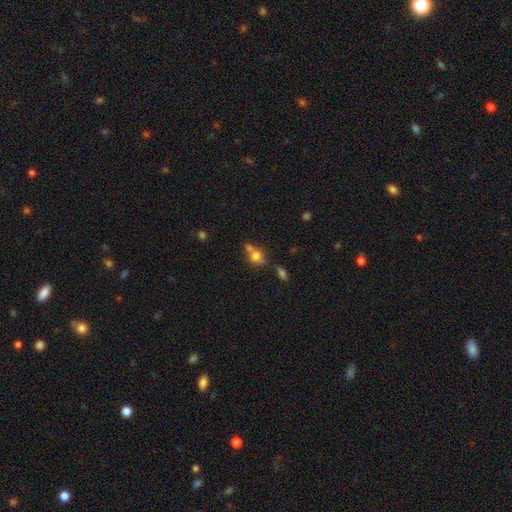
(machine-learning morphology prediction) type=smooth (67%); roundness=round (59%); merging=none (43%).